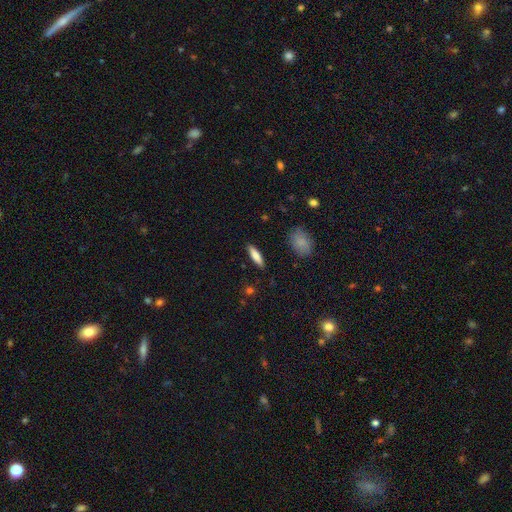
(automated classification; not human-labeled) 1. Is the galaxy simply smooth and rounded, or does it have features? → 76% smooth, 18% featured or disk, 6% star or artifact.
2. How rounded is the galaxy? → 69% cigar-shaped, 29% in between, 2% round.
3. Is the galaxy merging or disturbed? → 89% none, 8% minor disturbance, 2% major disturbance, 1% merger.